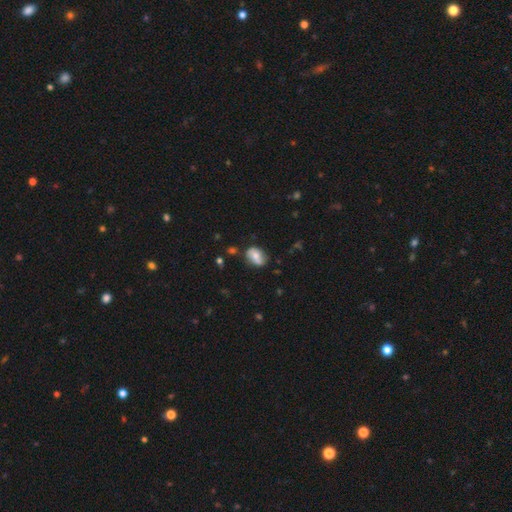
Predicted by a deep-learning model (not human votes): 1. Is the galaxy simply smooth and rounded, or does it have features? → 55% smooth, 36% featured or disk, 9% star or artifact.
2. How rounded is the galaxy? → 79% in between, 19% round, 2% cigar-shaped.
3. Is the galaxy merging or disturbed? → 68% none, 22% minor disturbance, 5% major disturbance, 5% merger.